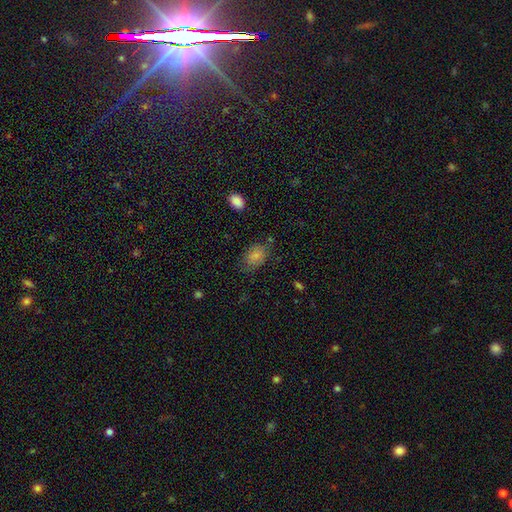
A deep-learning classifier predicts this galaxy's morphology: A smooth galaxy with no disk features (82%) that is in between round and cigar-shaped (81%). Merging: none (68%).